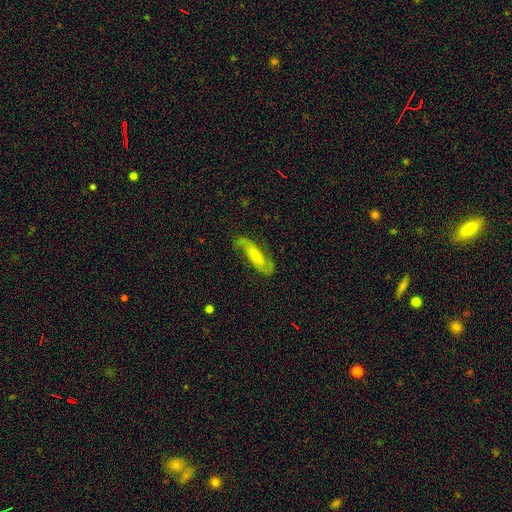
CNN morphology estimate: The model was most divided on "bar": no: 41%, weak: 37%, strong: 22%. Remaining: spiral arms — yes (92%); spiral arm count — 2 (87%); edge-on disk — no (86%); merging — none (68%); smooth or featured — featured or disk (65%); spiral winding — loose (48%); bulge size — small (47%).